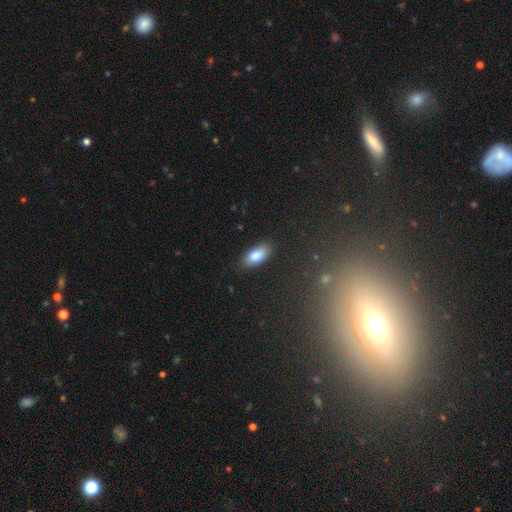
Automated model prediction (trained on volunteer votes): Smooth or featured: smooth — 83% (featured or disk — 10%)
How rounded: in between — 89% (cigar-shaped — 8%)
Merging: none — 85% (minor disturbance — 12%)